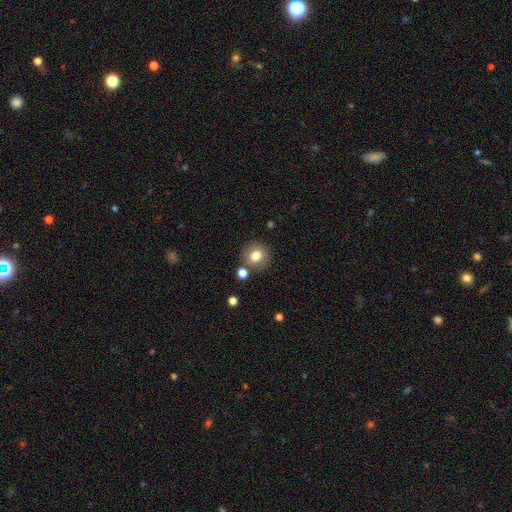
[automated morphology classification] Q: Smooth or featured?
A: smooth (78%); runner-up: featured or disk (11%)
Q: How rounded?
A: round (88%); runner-up: in between (12%)
Q: Merging?
A: none (78%); runner-up: minor disturbance (10%)